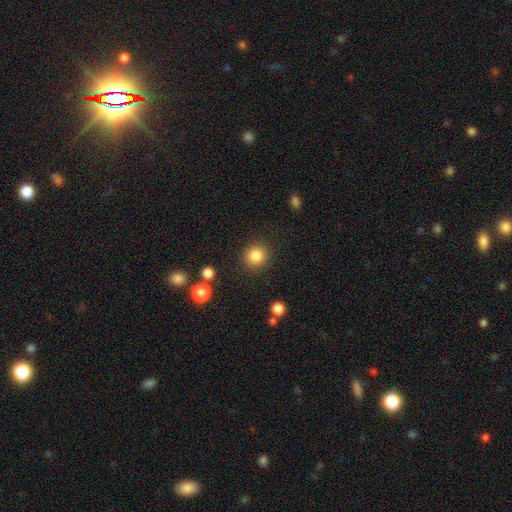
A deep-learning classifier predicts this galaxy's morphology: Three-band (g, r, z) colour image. It shows a smooth galaxy with no disk features (85%) that is round (91%). Merging: none (89%).